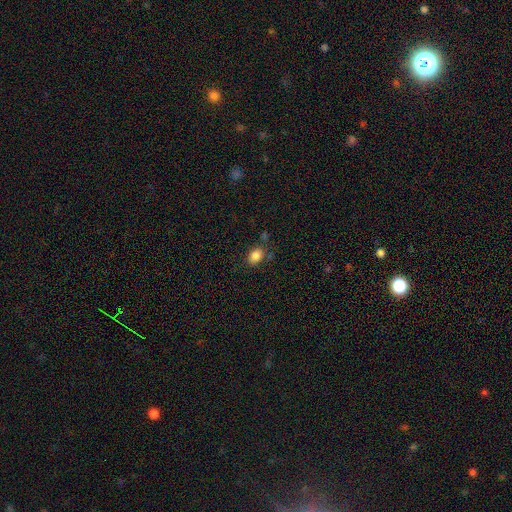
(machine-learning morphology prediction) smooth 85%, star or artifact 10%, featured or disk 5%. Down the decision tree: how rounded — in between (70%); merging — none (73%).